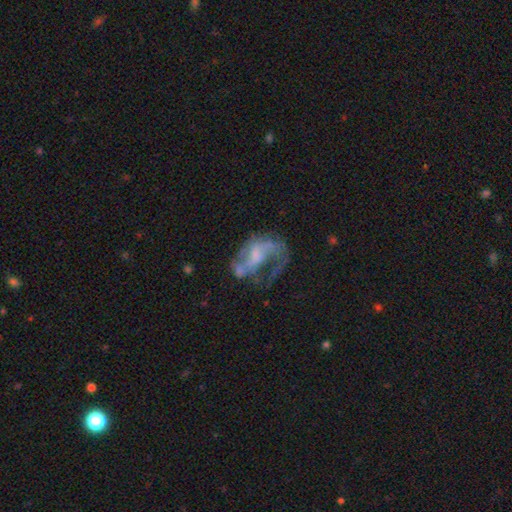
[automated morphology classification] Smooth or featured: featured or disk — 72% (smooth — 18%)
Edge-on disk: no — 97% (yes — 3%)
Bar: no — 50% (weak — 37%)
Spiral arms: yes — 66% (no — 34%)
Bulge size: none — 37% (small — 31%)
Merging: major disturbance — 40% (none — 34%)